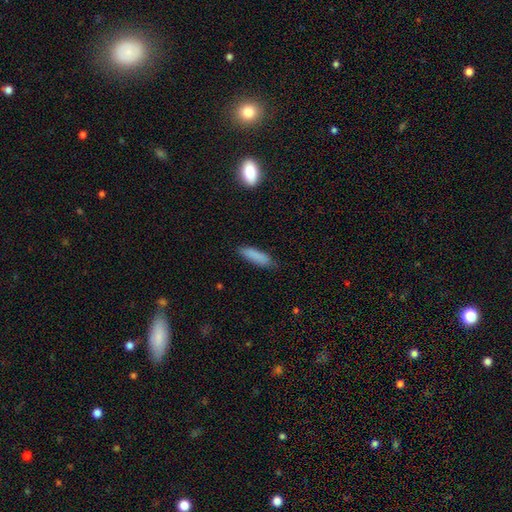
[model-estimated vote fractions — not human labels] This appears to be a smooth galaxy with no disk features (86%) that is cigar-shaped (67%). Merging: none (81%).